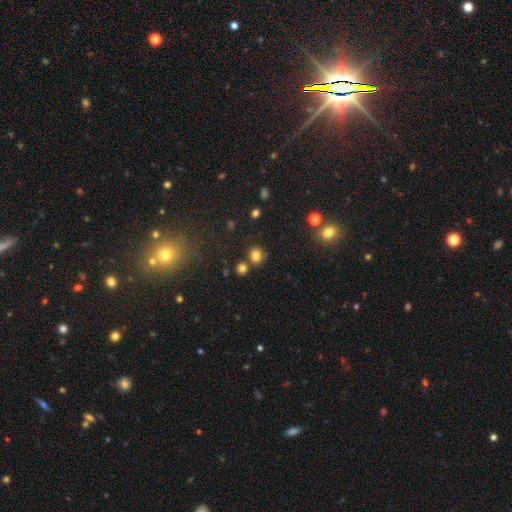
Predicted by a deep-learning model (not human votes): A smooth galaxy with no disk features (80%) that is round (79%). Merging: none (74%).